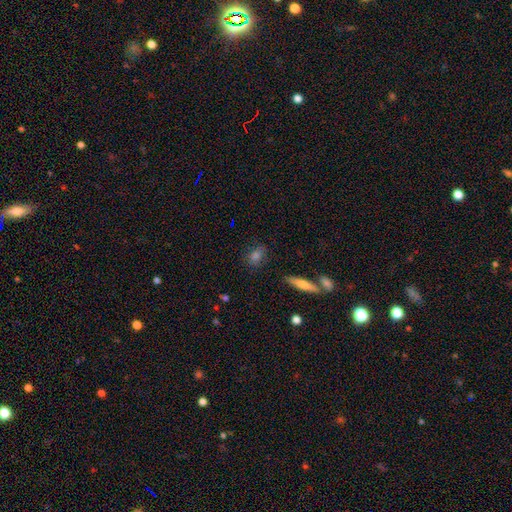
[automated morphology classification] A smooth galaxy with no disk features (71%) that is in between round and cigar-shaped (63%). Merging: none (79%).